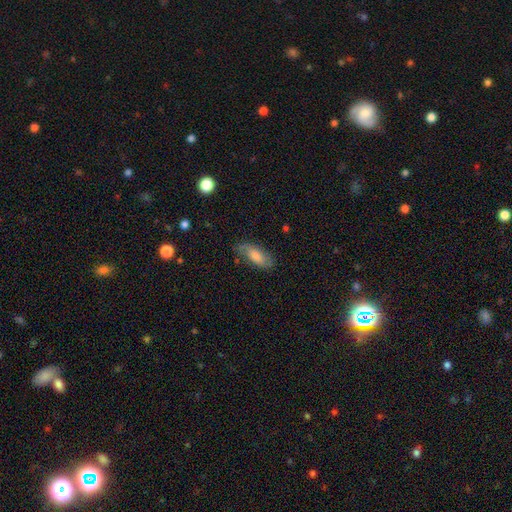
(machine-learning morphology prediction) smooth 56%, featured or disk 35%, star or artifact 9%. Down the decision tree: how rounded — in between (79%); merging — none (71%).